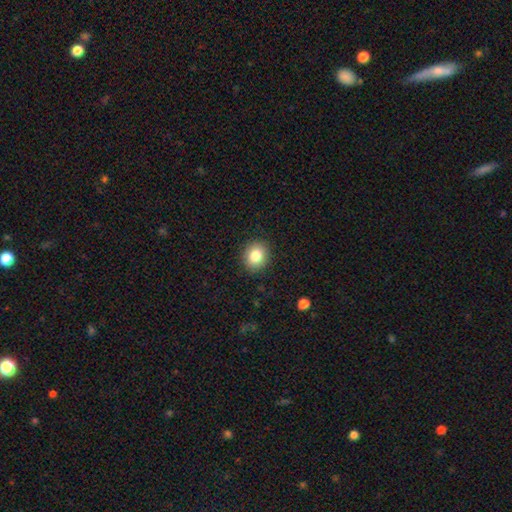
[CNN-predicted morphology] Smooth or featured?
  - smooth: 84% *
  - star or artifact: 9%
  - featured or disk: 7%
How rounded?
  - round: 73% *
  - in between: 26%
  - cigar-shaped: 1%
Merging?
  - none: 90% *
  - minor disturbance: 7%
  - major disturbance: 2%
  - merger: 1%